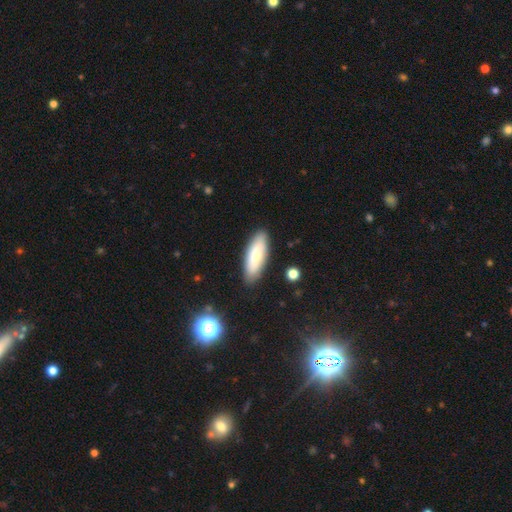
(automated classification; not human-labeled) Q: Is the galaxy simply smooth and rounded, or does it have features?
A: smooth — 72%.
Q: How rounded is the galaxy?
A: in between — 65%.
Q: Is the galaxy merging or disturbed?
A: none — 86%.